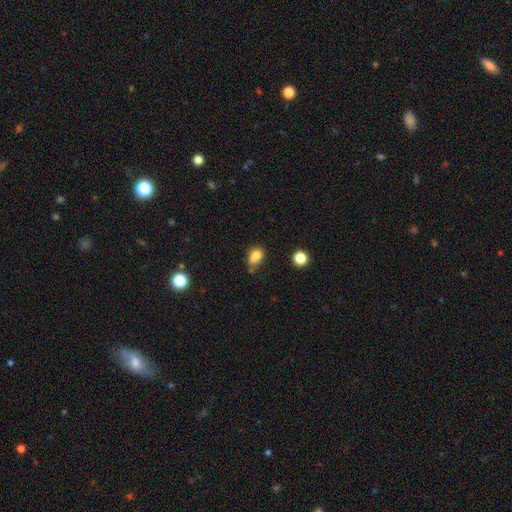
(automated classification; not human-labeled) Q: Smooth or featured?
A: smooth (79%); runner-up: star or artifact (12%)
Q: How rounded?
A: in between (60%); runner-up: round (39%)
Q: Merging?
A: none (44%); runner-up: minor disturbance (27%)